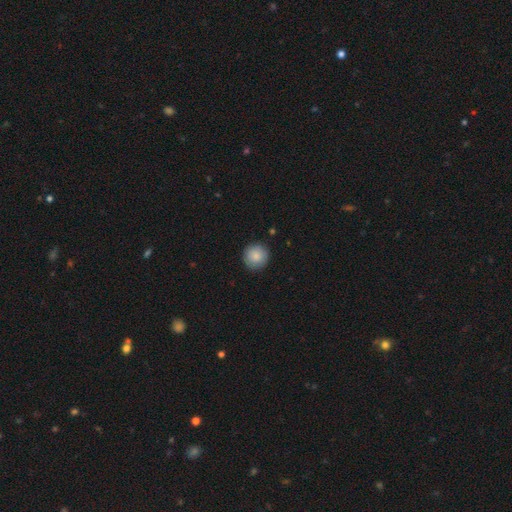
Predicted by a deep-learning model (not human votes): smooth_or_featured: smooth (p=0.87) [alt: star or artifact p=0.07]
how_rounded: round (p=0.95) [alt: in between p=0.04]
merging: none (p=0.91) [alt: minor disturbance p=0.07]